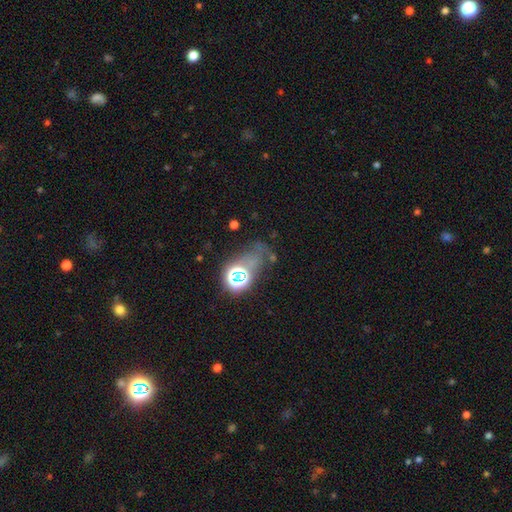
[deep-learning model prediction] A star or artifact, not a galaxy (49%).